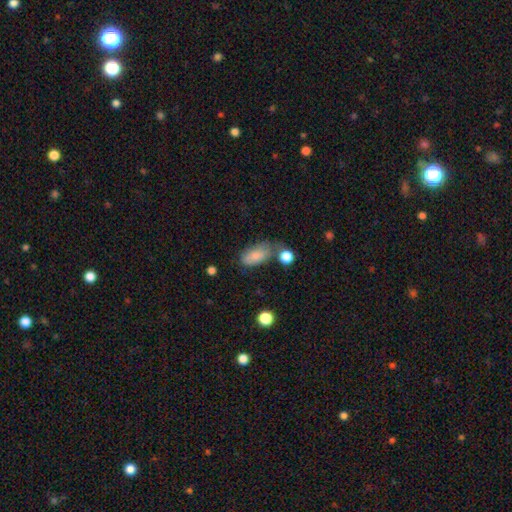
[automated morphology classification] smooth_or_featured: smooth (p=0.81) [alt: featured or disk p=0.11]
how_rounded: in between (p=0.91) [alt: round p=0.04]
merging: none (p=0.51) [alt: minor disturbance p=0.26]